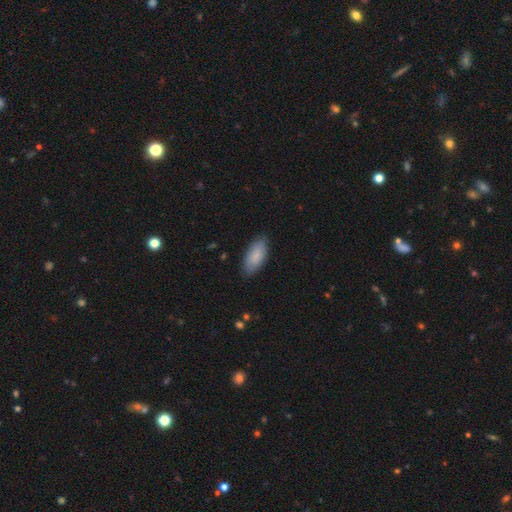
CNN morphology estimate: The model was most divided on "merging": none: 82%, minor disturbance: 14%, major disturbance: 3%, merger: 1%. More confident: how rounded — in between (90%); smooth or featured — smooth (85%).